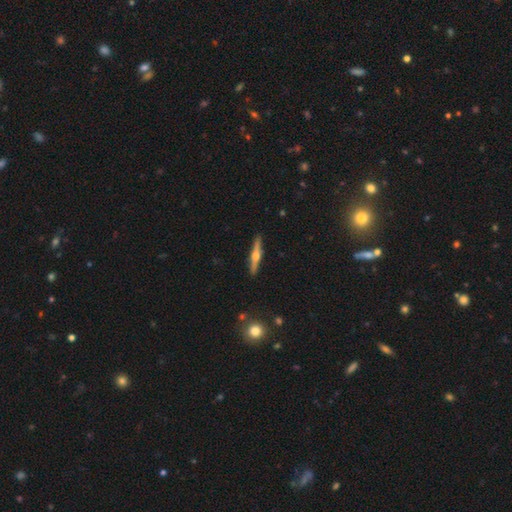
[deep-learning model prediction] smooth-or-featured: featured or disk: 71% | smooth: 23% | star or artifact: 6%
  disk-edge-on: yes: 98% | no: 2%
    edge-on-bulge: rounded: 94% | boxy: 4% | none: 3%
  merging: none: 91% | minor disturbance: 7% | major disturbance: 1% | merger: 1%